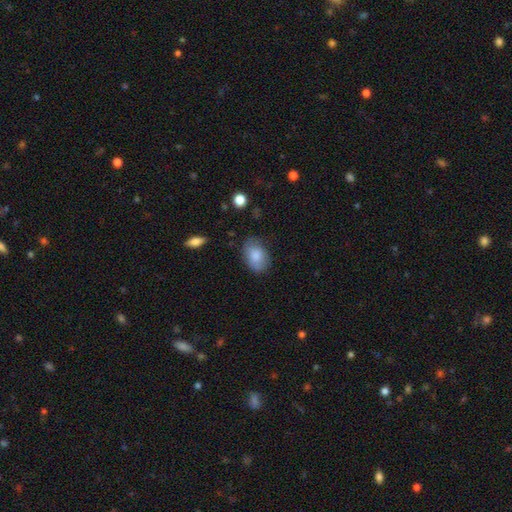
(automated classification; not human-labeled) A smooth galaxy with no disk features (81%) that is in between round and cigar-shaped (87%). Merging: none (69%).